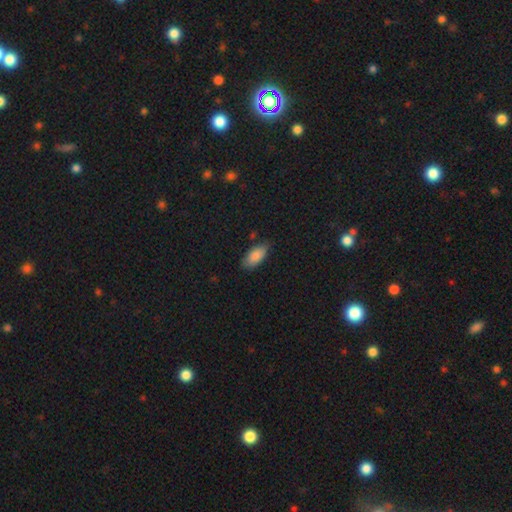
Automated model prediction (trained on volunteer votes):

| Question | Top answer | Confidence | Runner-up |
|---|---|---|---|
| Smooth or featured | smooth | 85% | featured or disk (9%) |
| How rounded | in between | 90% | cigar-shaped (8%) |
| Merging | none | 78% | minor disturbance (18%) |